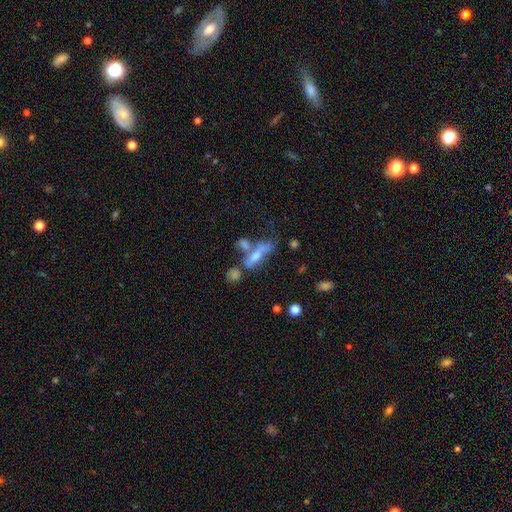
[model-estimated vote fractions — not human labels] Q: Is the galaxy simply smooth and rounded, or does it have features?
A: smooth — 44%.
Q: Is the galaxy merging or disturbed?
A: merger — 40%.